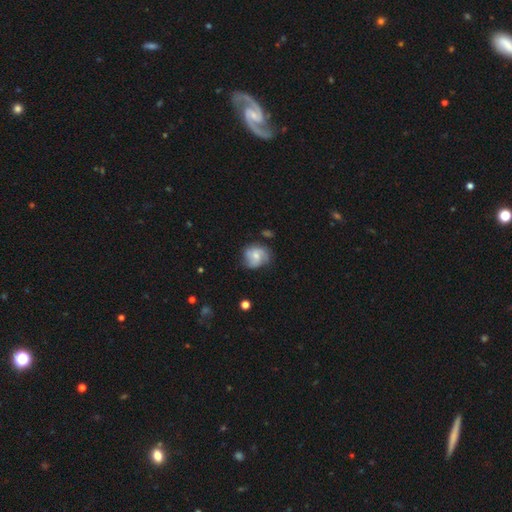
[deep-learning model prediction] This is possibly a featured or disk galaxy (54%). It is clearly not viewed edge-on (98%). Bar: likely no (64%). Spiral arm pattern: clearly yes (85%). Central bulge: possibly moderate (46%). Merging: likely none (63%).